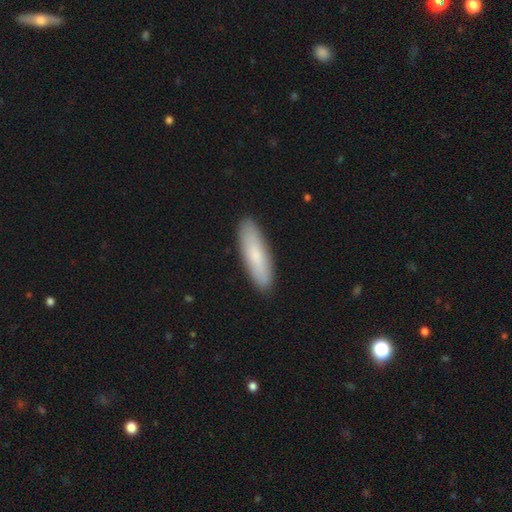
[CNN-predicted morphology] This appears to be a smooth galaxy with no disk features (78%) that is cigar-shaped (60%). Merging: none (89%).